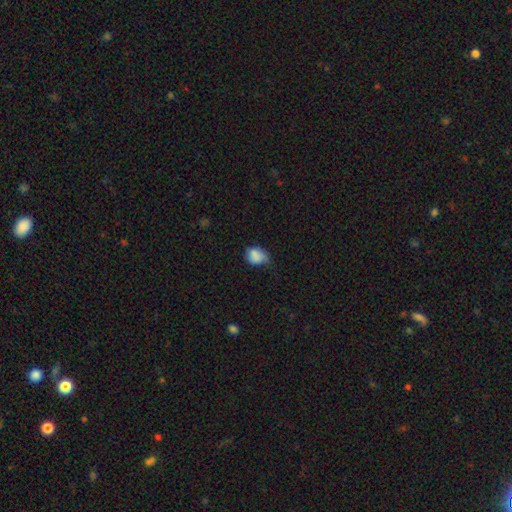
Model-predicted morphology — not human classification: Smooth or featured? smooth (82%)
How rounded? in between (64%)
Merging? none (45%)